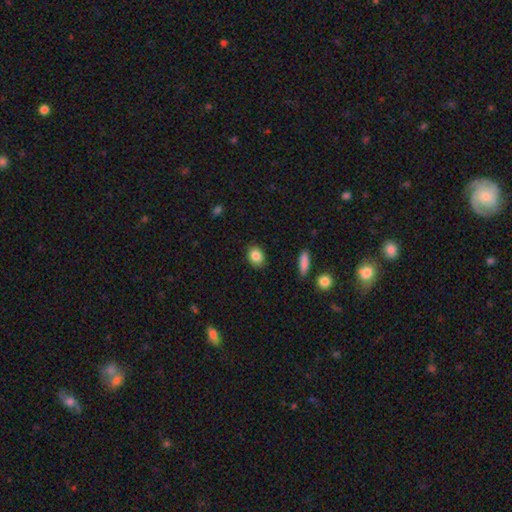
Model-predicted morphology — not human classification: Smooth or featured? Predicted: smooth (p=0.85). How rounded? Predicted: in between (p=0.56). Merging? Predicted: none (p=0.87).